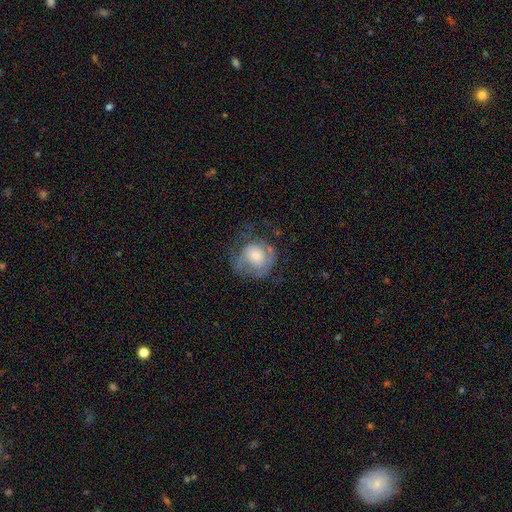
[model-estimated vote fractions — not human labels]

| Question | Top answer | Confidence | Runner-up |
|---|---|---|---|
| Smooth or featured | featured or disk | 48% | smooth (44%) |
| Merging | none | 43% | major disturbance (29%) |